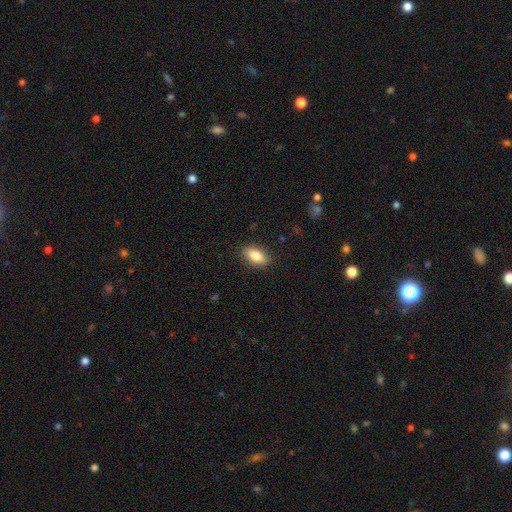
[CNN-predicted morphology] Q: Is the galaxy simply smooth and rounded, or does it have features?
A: smooth — 86%.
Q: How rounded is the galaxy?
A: in between — 91%.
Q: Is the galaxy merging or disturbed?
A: none — 87%.